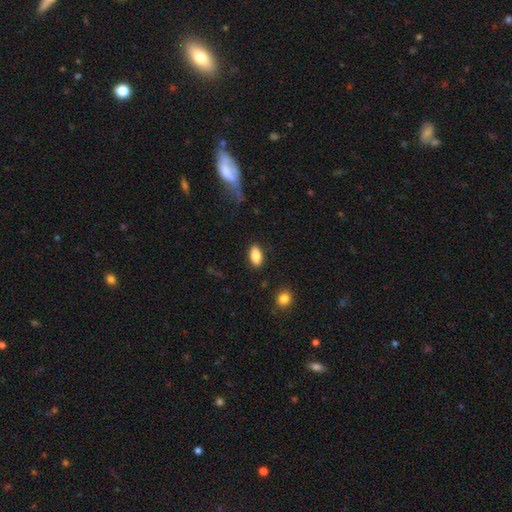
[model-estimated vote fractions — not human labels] This is clearly a smooth galaxy (86%). How rounded: clearly in between (91%). Merging: clearly none (88%).